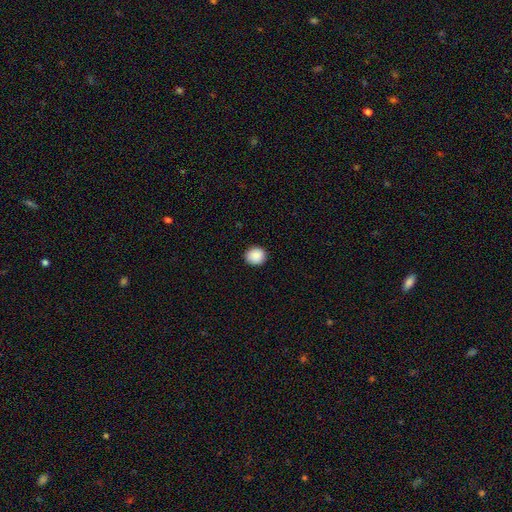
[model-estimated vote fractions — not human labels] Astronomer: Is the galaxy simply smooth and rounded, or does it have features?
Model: smooth — 89%.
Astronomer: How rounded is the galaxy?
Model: round — 83%.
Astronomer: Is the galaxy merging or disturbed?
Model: none — 91%.